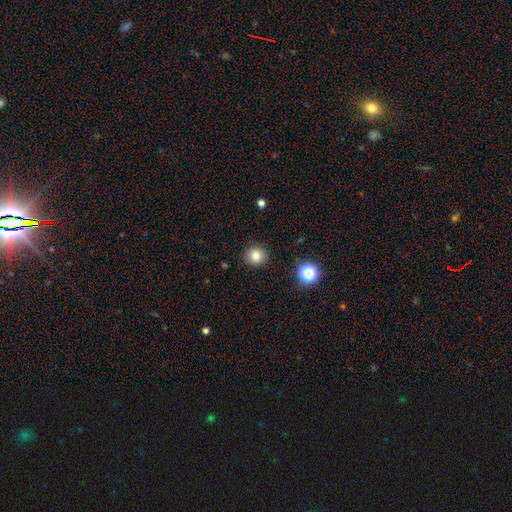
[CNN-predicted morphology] This appears to be a smooth galaxy with no disk features (80%) that is round (90%). Merging: none (90%).